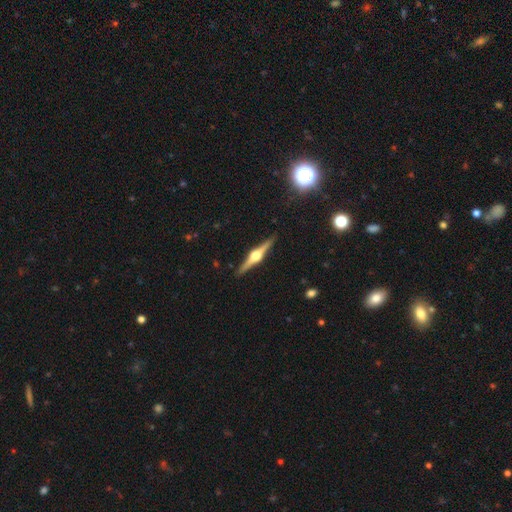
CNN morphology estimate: The model was most divided on "smooth or featured": featured or disk: 85%, smooth: 10%, star or artifact: 5%. More confident: edge-on disk — yes (99%); edge-on bulge — rounded (96%); merging — none (92%).